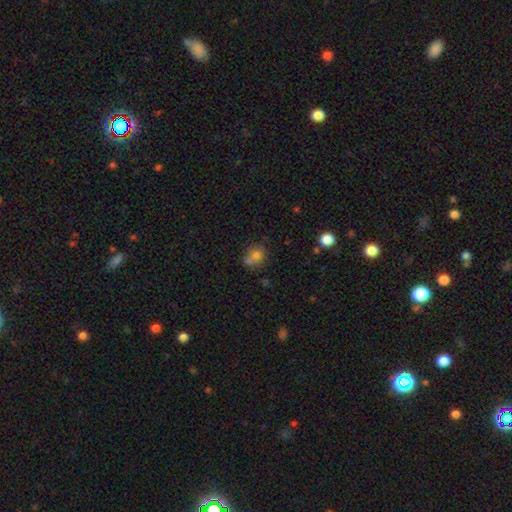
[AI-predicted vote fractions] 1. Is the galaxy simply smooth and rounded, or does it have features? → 75% smooth, 12% star or artifact, 12% featured or disk.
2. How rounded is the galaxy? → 68% round, 31% in between, 1% cigar-shaped.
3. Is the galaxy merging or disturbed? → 51% none, 28% merger, 16% minor disturbance, 6% major disturbance.